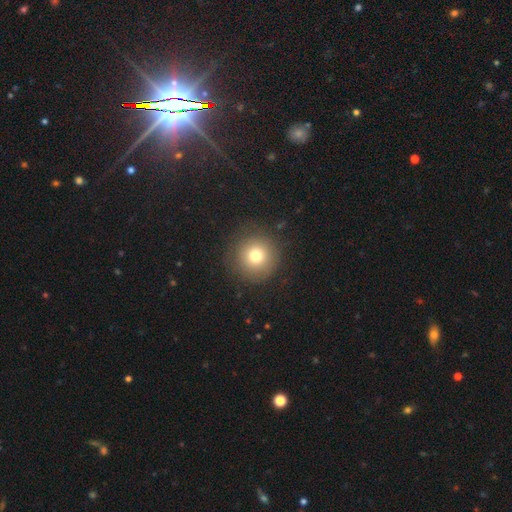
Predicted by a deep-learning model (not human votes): A smooth galaxy with no disk features (75%) that is round (95%). Merging: none (86%).